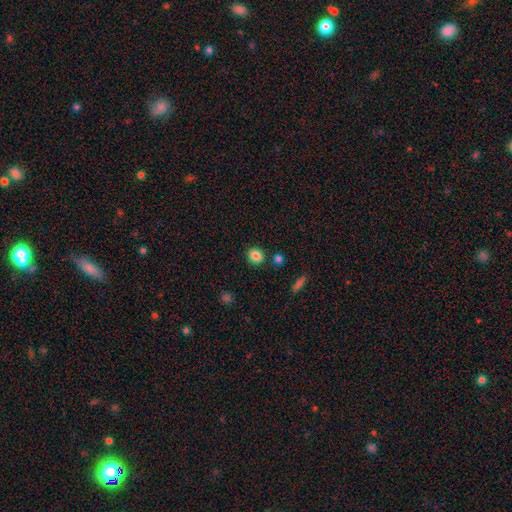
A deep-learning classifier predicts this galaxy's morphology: Smooth or featured? Predicted: smooth (p=0.85). How rounded? Predicted: round (p=0.75). Merging? Predicted: none (p=0.85).